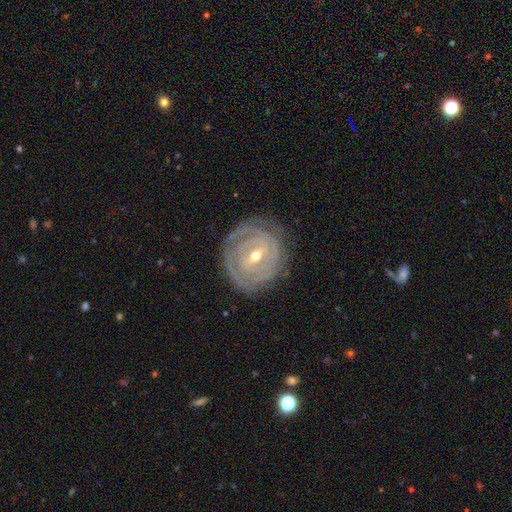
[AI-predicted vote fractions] This appears to be a featured or disk galaxy (88%) with a weak bar (46%), tight (86%) spiral arms (94%) and a moderate central bulge (54%). Merging: none (79%).